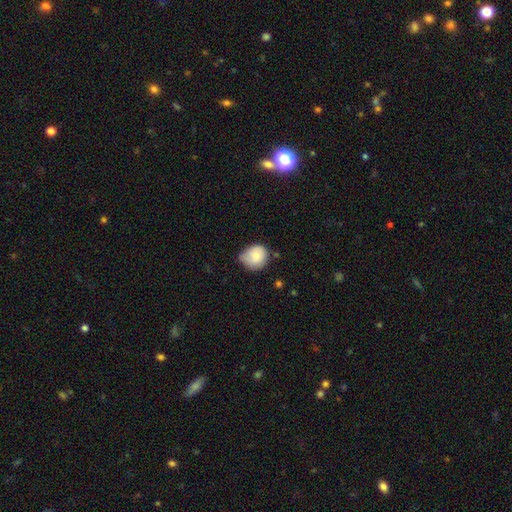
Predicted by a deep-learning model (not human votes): This appears to be a smooth galaxy with no disk features (80%) that is round (73%). Merging: minor disturbance (44%, tied with none).